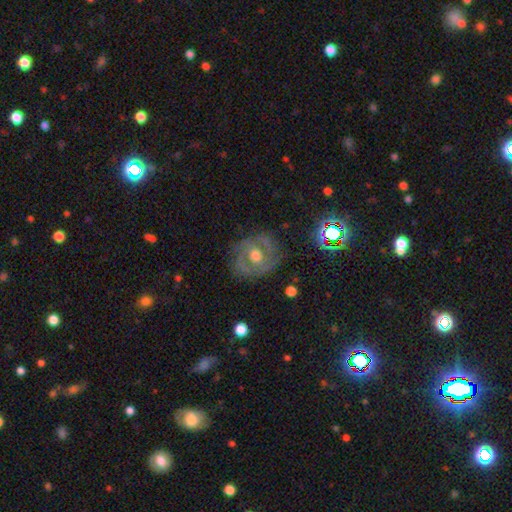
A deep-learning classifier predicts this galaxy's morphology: Smooth or featured?
  - featured or disk: 73% *
  - smooth: 18%
  - star or artifact: 9%
Edge-on disk?
  - no: 97% *
  - yes: 3%
Bar?
  - no: 66% *
  - weak: 27%
  - strong: 7%
Spiral arms?
  - yes: 79% *
  - no: 21%
Spiral winding?
  - tight: 52% *
  - medium: 37%
  - loose: 11%
Spiral arm count?
  - 2: 38% *
  - can't tell: 31%
  - 3: 17%
  - 1: 6%
  - 4: 5%
  - more than 4: 4%
Bulge size?
  - moderate: 74% *
  - small: 14%
  - large: 10%
  - none: 2%
  - dominant: 1%
Merging?
  - none: 73% *
  - minor disturbance: 17%
  - major disturbance: 8%
  - merger: 2%